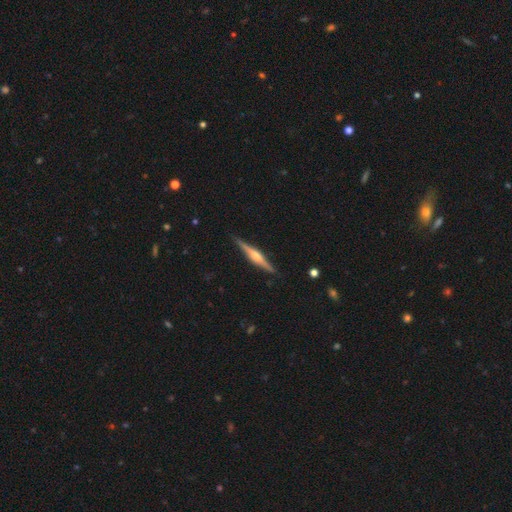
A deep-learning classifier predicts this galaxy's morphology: Smooth or featured? featured or disk (80%)
Edge-on disk? yes (98%)
Edge-on bulge? rounded (86%)
Merging? none (90%)